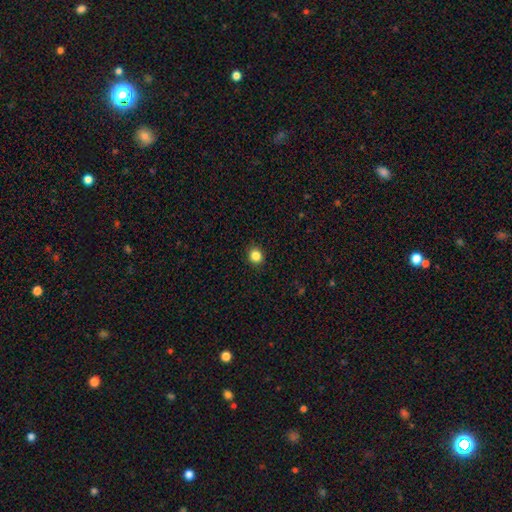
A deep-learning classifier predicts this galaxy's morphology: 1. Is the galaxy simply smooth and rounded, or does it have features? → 85% smooth, 11% star or artifact, 4% featured or disk.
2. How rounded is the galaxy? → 83% round, 17% in between, 1% cigar-shaped.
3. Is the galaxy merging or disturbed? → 91% none, 6% minor disturbance, 2% major disturbance, 1% merger.